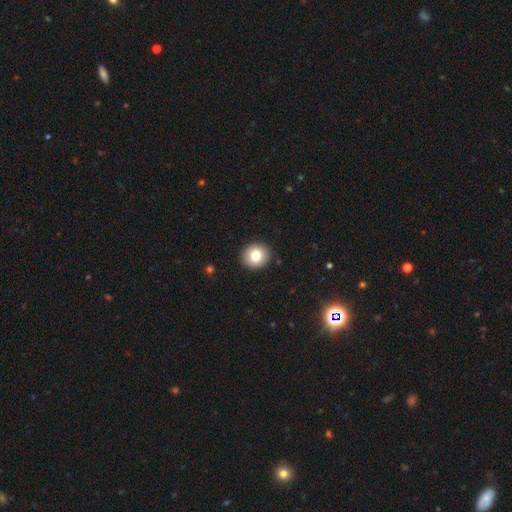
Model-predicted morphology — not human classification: smooth_or_featured: smooth (p=0.81) [alt: featured or disk p=0.10]
how_rounded: round (p=0.79) [alt: in between p=0.20]
merging: none (p=0.91) [alt: minor disturbance p=0.06]